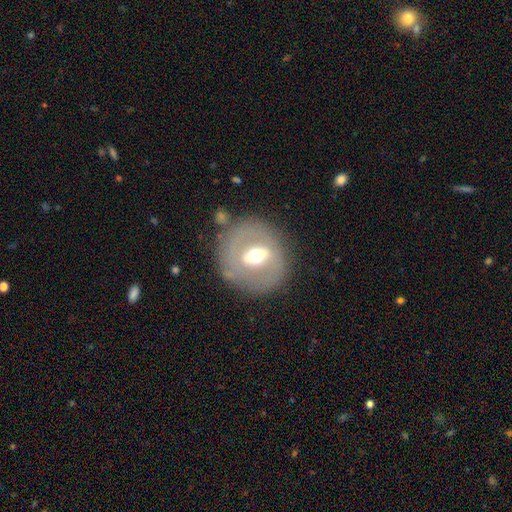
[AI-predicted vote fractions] smooth-or-featured: featured or disk: 61% | smooth: 31% | star or artifact: 8%
  disk-edge-on: no: 94% | yes: 6%
    bar: weak: 49% | strong: 32% | no: 19%
    has-spiral-arms: no: 54% | yes: 46%
    bulge-size: moderate: 73% | small: 14% | large: 11% | dominant: 1% | none: 1%
  merging: none: 79% | minor disturbance: 13% | major disturbance: 5% | merger: 3%